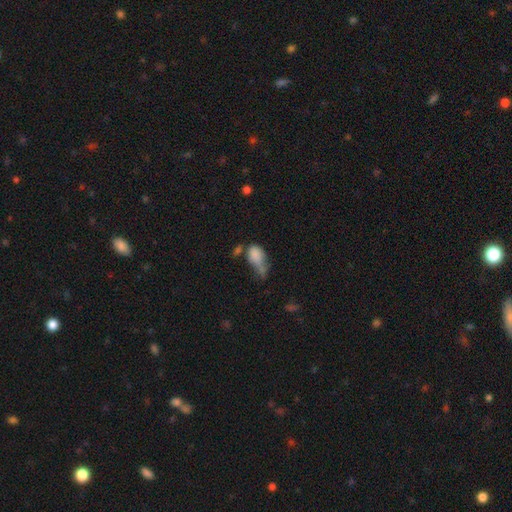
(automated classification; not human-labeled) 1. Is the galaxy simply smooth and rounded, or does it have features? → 75% smooth, 14% featured or disk, 10% star or artifact.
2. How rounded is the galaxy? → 83% in between, 12% round, 4% cigar-shaped.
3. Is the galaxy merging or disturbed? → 31% major disturbance, 25% minor disturbance, 24% merger, 19% none.